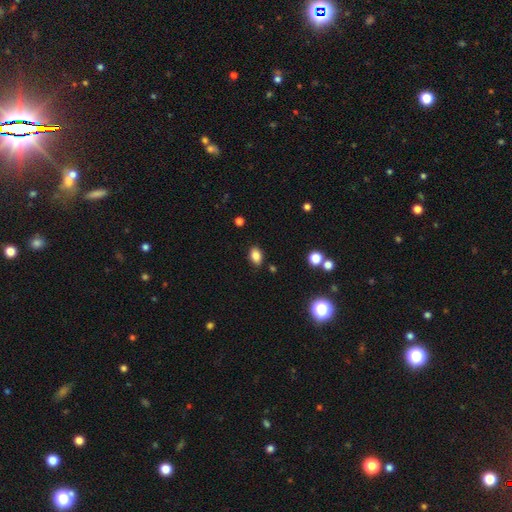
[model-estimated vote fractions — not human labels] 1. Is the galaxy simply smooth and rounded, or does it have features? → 84% smooth, 10% star or artifact, 5% featured or disk.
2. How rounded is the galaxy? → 82% in between, 16% round, 1% cigar-shaped.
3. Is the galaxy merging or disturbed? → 85% none, 11% minor disturbance, 2% major disturbance, 2% merger.